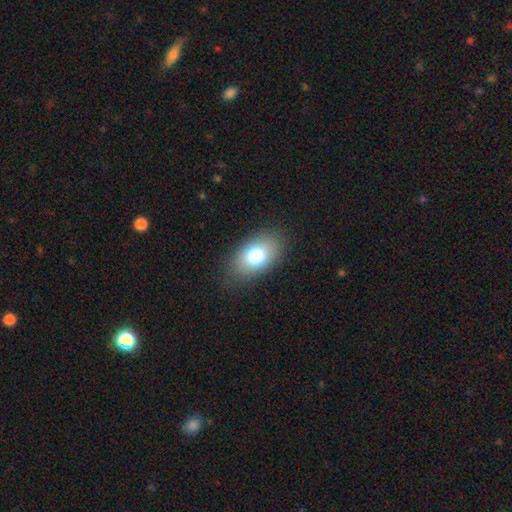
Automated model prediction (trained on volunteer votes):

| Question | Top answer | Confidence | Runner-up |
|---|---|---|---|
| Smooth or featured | smooth | 76% | featured or disk (14%) |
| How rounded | in between | 89% | round (10%) |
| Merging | none | 82% | minor disturbance (13%) |